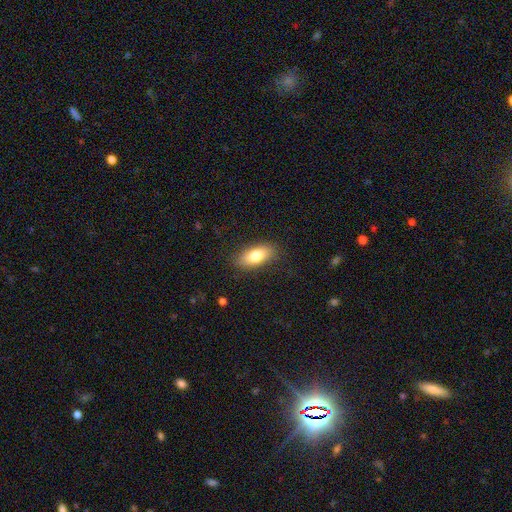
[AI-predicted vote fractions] Smooth or featured? Predicted: smooth (p=0.77). How rounded? Predicted: in between (p=0.83). Merging? Predicted: none (p=0.85).